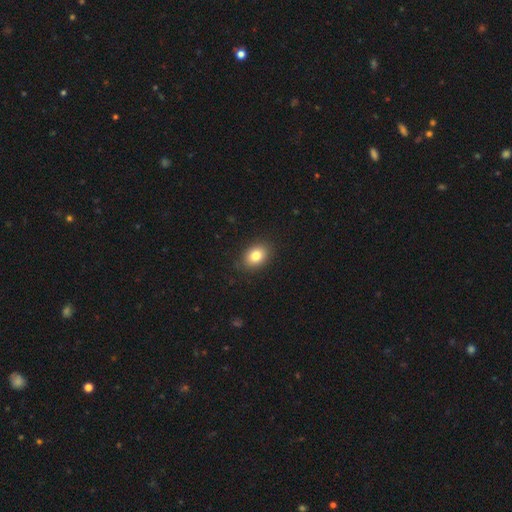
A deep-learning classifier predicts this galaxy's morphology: smooth-or-featured: smooth: 82% | star or artifact: 9% | featured or disk: 9%
  how-rounded: in between: 70% | round: 29% | cigar-shaped: 1%
  merging: none: 87% | minor disturbance: 9% | major disturbance: 2% | merger: 1%